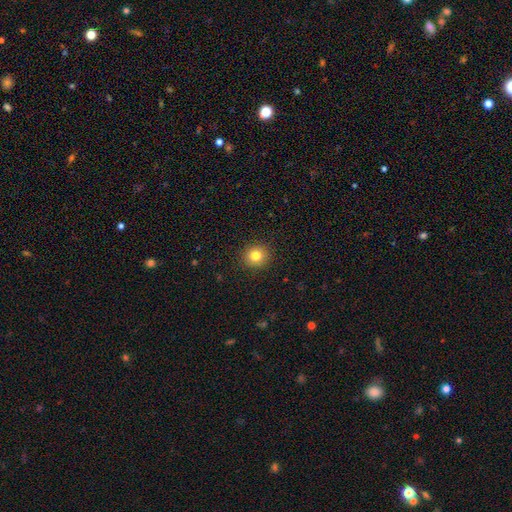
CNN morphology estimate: type=smooth (82%); roundness=round (89%); merging=none (91%).